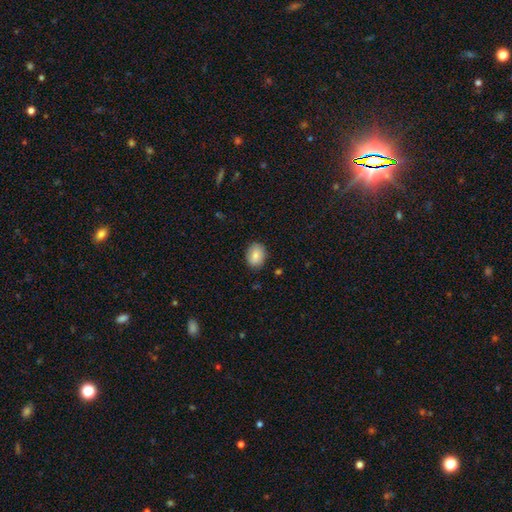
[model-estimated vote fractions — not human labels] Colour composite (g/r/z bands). It shows a smooth galaxy with no disk features (83%) that is in between round and cigar-shaped (63%). Merging: none (84%).